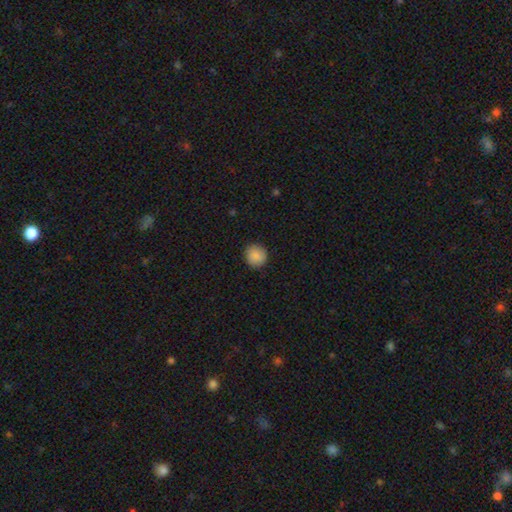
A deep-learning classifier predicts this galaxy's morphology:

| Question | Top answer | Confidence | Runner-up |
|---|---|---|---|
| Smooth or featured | smooth | 88% | star or artifact (8%) |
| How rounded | round | 94% | in between (5%) |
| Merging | none | 90% | minor disturbance (7%) |